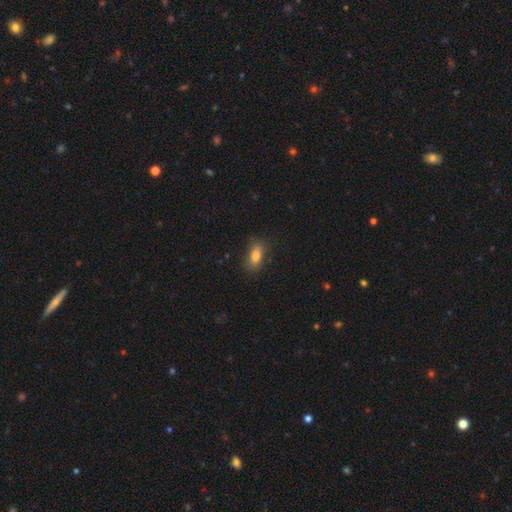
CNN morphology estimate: The model was most divided on "merging": none: 78%, minor disturbance: 17%, major disturbance: 4%, merger: 1%. More confident: how rounded — in between (84%); smooth or featured — smooth (81%).